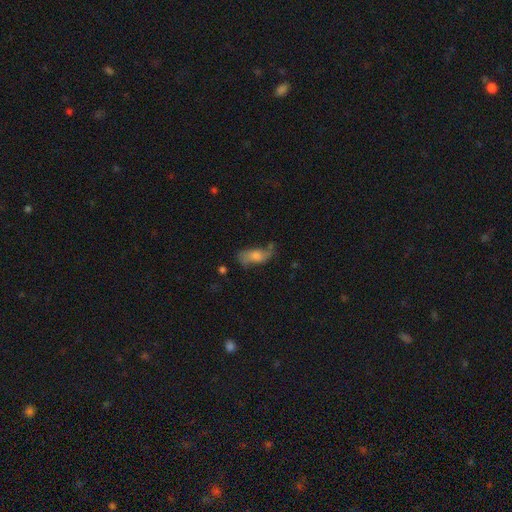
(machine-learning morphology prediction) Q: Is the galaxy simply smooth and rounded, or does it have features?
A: smooth — 45%, tied with featured or disk.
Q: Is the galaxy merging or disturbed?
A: none — 51%.